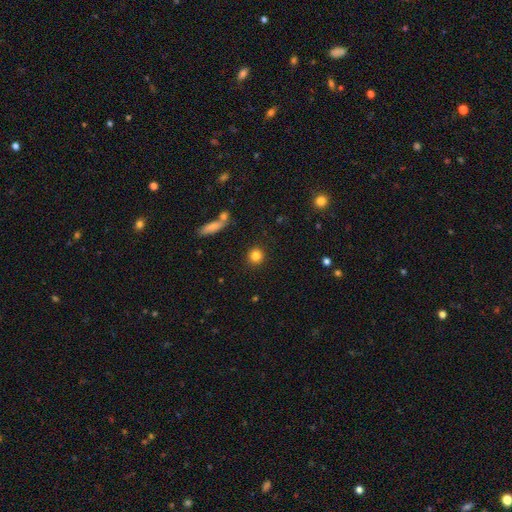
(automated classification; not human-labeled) This is clearly a smooth galaxy (83%). How rounded: clearly round (91%). Merging: clearly none (89%).